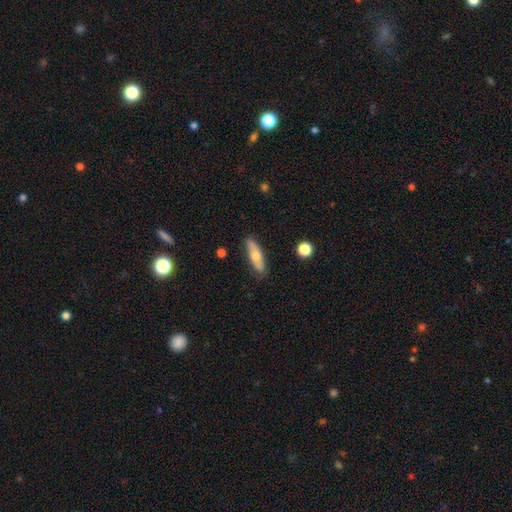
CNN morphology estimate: A smooth galaxy with no disk features (61%) that is cigar-shaped (51%).

Vote fractions:
- Smooth or featured? smooth: 61% / featured or disk: 33% / star or artifact: 6%
- How rounded? cigar-shaped: 51% / in between: 46% / round: 3%
- Merging? none: 82% / minor disturbance: 14% / major disturbance: 3% / merger: 2%